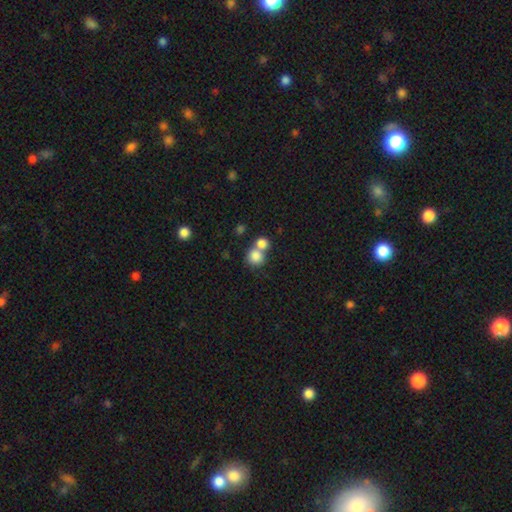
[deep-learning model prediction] Smooth or featured? smooth (82%)
How rounded? round (83%)
Merging? merger (50%)